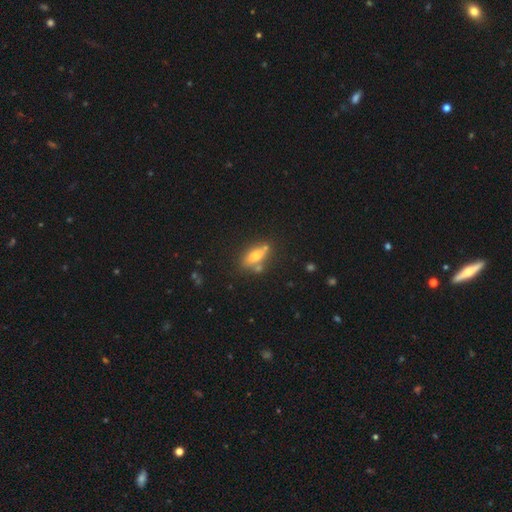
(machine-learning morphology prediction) Overall: smooth (59%; featured or disk 32%). How rounded: in between (65%; cigar-shaped 29%). Merging: none (68%).